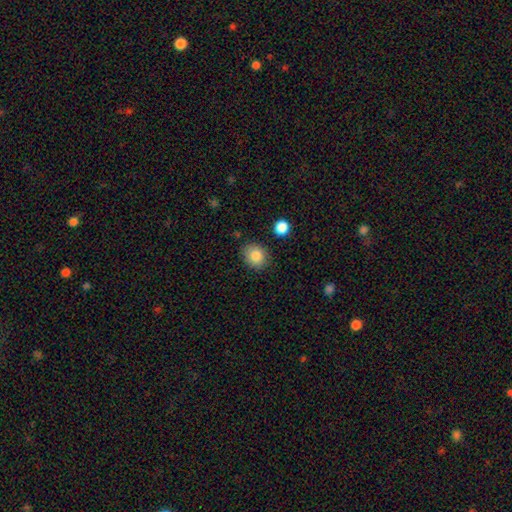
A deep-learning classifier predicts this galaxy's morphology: Smooth or featured: smooth — 85% (star or artifact — 9%)
How rounded: round — 56% (in between — 43%)
Merging: none — 82% (minor disturbance — 12%)